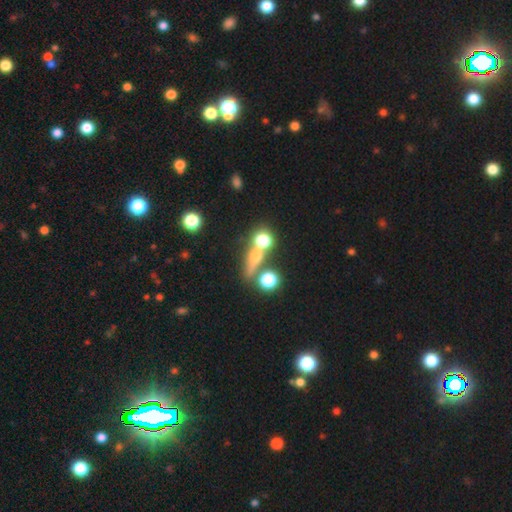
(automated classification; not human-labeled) smooth 52%, featured or disk 25%, star or artifact 23%. Down the decision tree: how rounded — round (52%); merging — none (47%).